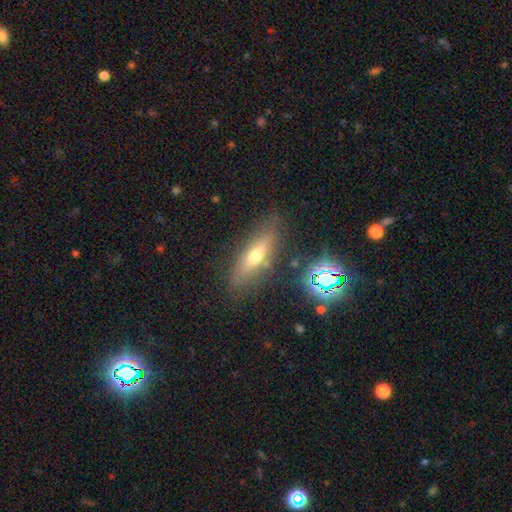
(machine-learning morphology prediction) Smooth or featured?
  - smooth: 48% *
  - featured or disk: 40%
  - star or artifact: 12%
Merging?
  - none: 80% *
  - minor disturbance: 13%
  - major disturbance: 4%
  - merger: 3%